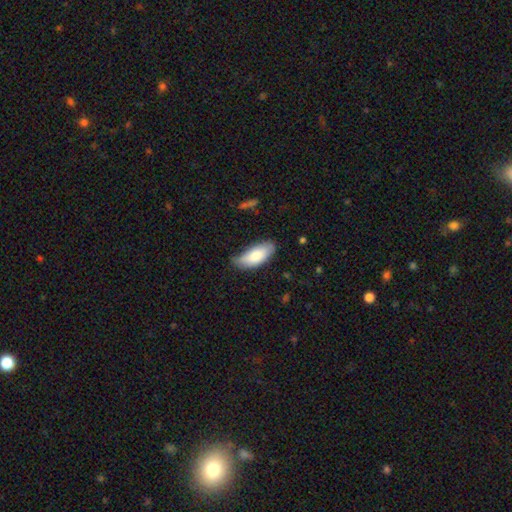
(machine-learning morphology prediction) A smooth galaxy with no disk features (80%) that is in between round and cigar-shaped (85%).

Vote fractions:
- Smooth or featured? smooth: 80% / featured or disk: 15% / star or artifact: 6%
- How rounded? in between: 85% / cigar-shaped: 13% / round: 2%
- Merging? none: 60% / minor disturbance: 32% / major disturbance: 6% / merger: 2%